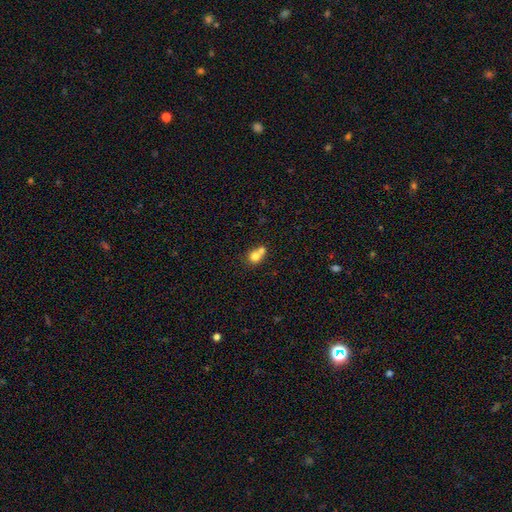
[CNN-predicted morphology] Q: Smooth or featured?
A: smooth (76%); runner-up: featured or disk (14%)
Q: How rounded?
A: round (75%); runner-up: in between (24%)
Q: Merging?
A: merger (59%); runner-up: none (32%)